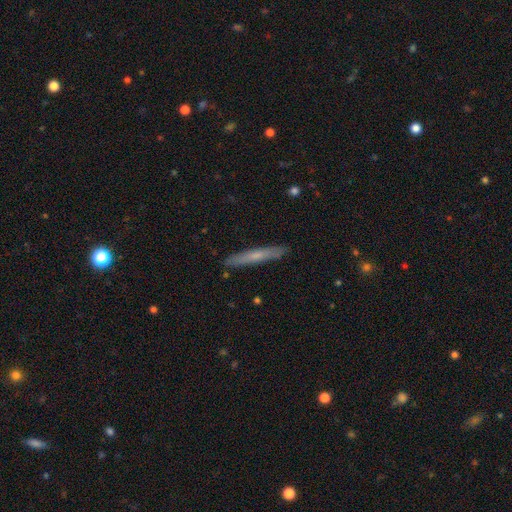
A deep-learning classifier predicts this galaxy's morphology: Smooth or featured: smooth — 56% (featured or disk — 39%)
How rounded: cigar-shaped — 96% (in between — 3%)
Merging: none — 90% (minor disturbance — 8%)